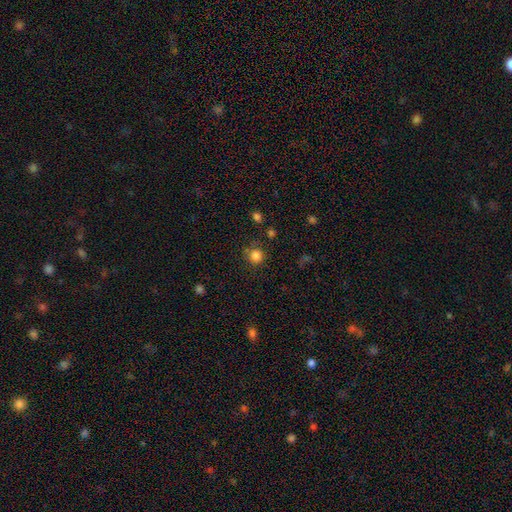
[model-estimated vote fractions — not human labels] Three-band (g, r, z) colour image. It shows a smooth galaxy with no disk features (83%) that is round (93%). Merging: none (81%).